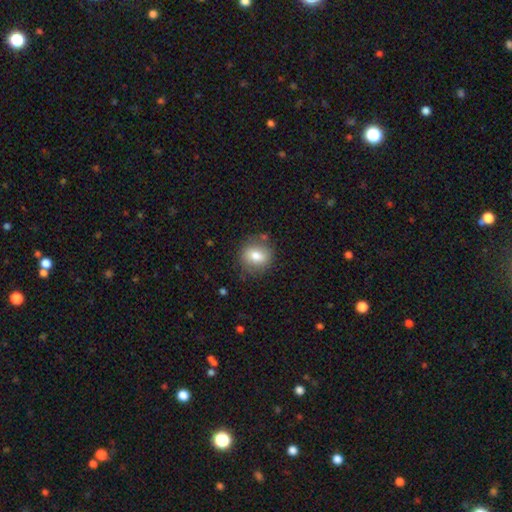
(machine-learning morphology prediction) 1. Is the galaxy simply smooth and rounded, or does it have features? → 76% smooth, 15% featured or disk, 9% star or artifact.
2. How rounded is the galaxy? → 70% round, 28% in between, 1% cigar-shaped.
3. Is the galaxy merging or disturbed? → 80% none, 13% minor disturbance, 4% major disturbance, 3% merger.